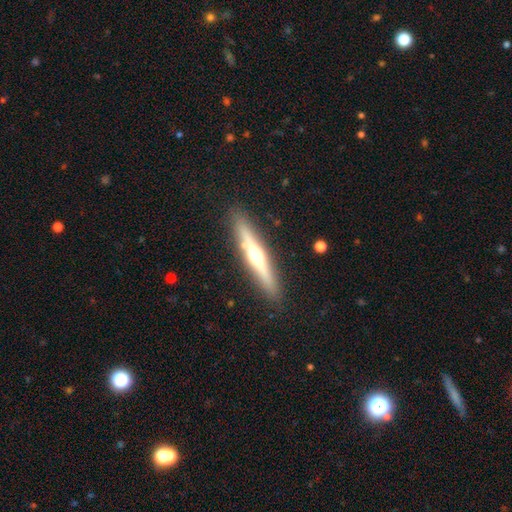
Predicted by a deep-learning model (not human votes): smooth-or-featured: featured or disk: 64% | smooth: 30% | star or artifact: 7%
  disk-edge-on: yes: 95% | no: 5%
    edge-on-bulge: rounded: 92% | boxy: 4% | none: 4%
  merging: none: 86% | minor disturbance: 9% | major disturbance: 2% | merger: 2%